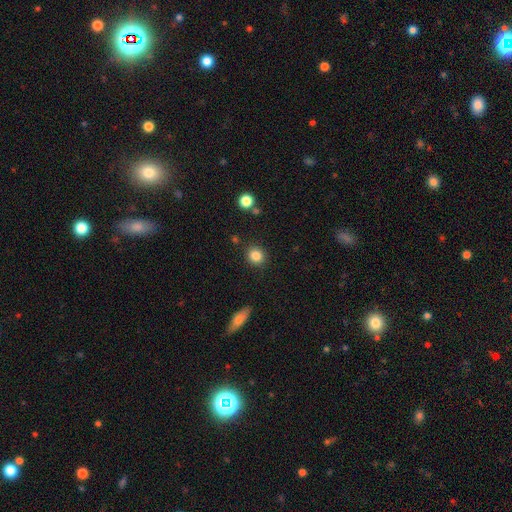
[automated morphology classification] A smooth galaxy with no disk features (85%) that is round (82%). Merging: none (88%).